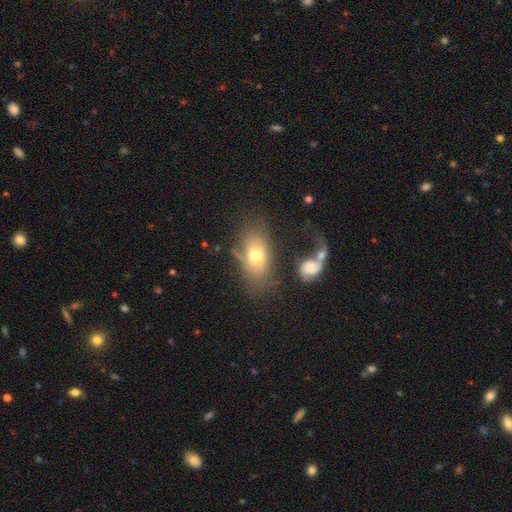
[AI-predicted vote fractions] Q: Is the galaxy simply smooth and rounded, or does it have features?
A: smooth — 62%.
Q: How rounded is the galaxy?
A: in between — 87%.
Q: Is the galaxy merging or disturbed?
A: none — 37%.